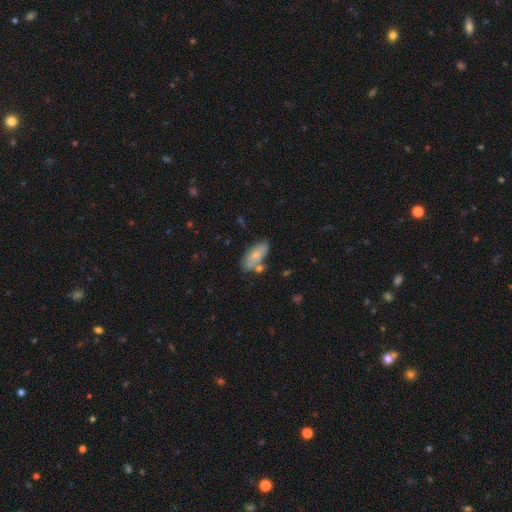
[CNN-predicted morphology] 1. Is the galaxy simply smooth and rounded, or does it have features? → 70% smooth, 24% featured or disk, 7% star or artifact.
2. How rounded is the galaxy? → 87% in between, 11% cigar-shaped, 3% round.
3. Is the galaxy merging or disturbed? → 62% none, 21% minor disturbance, 13% merger, 5% major disturbance.